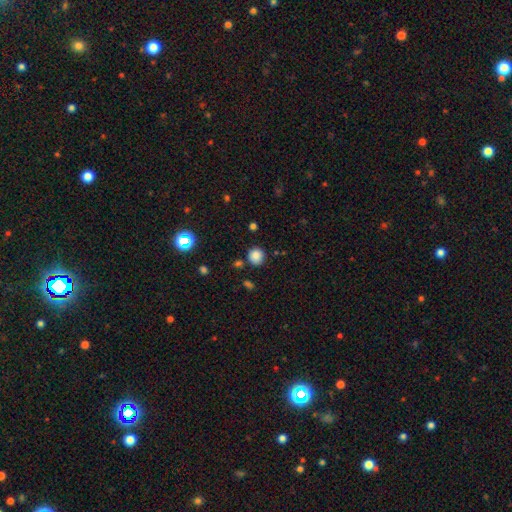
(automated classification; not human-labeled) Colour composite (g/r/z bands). It shows a smooth galaxy with no disk features (83%) that is round (90%). Merging: none (82%).